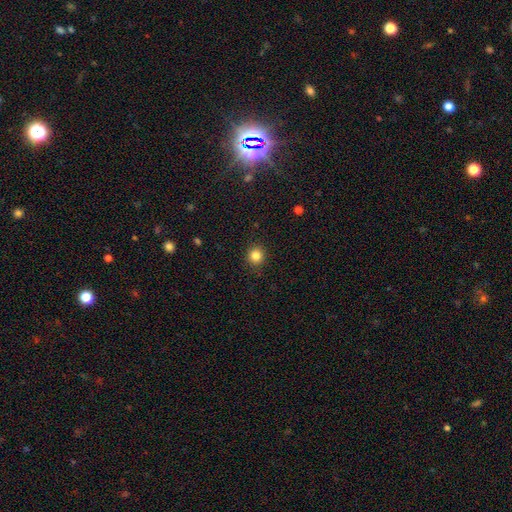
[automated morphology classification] This is clearly a smooth galaxy (83%). How rounded: clearly round (90%). Merging: clearly none (91%).